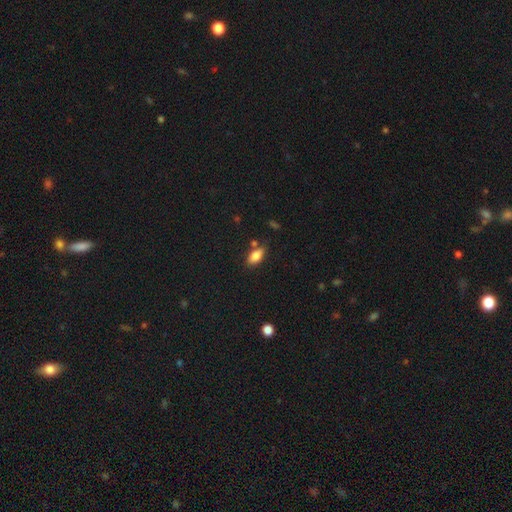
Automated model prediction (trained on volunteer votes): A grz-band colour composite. It shows a smooth galaxy with no disk features (82%) that is in between round and cigar-shaped (89%). Merging: none (73%).